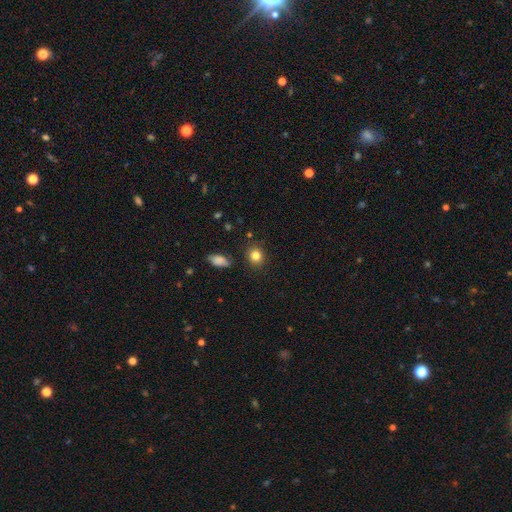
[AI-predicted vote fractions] Q: Smooth or featured?
A: smooth (84%); runner-up: star or artifact (11%)
Q: How rounded?
A: round (72%); runner-up: in between (26%)
Q: Merging?
A: none (85%); runner-up: minor disturbance (10%)